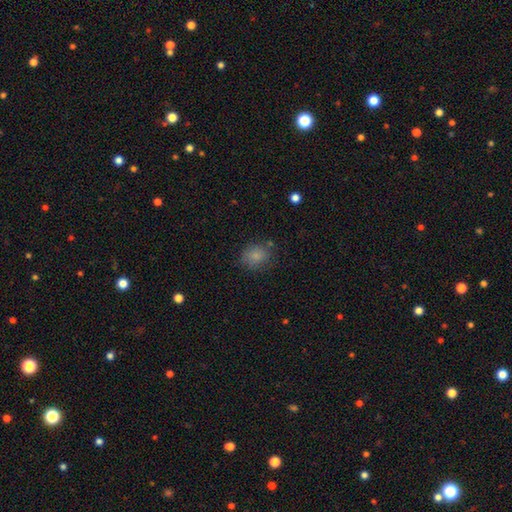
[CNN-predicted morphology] type=smooth (82%); roundness=round (63%); merging=none (75%).